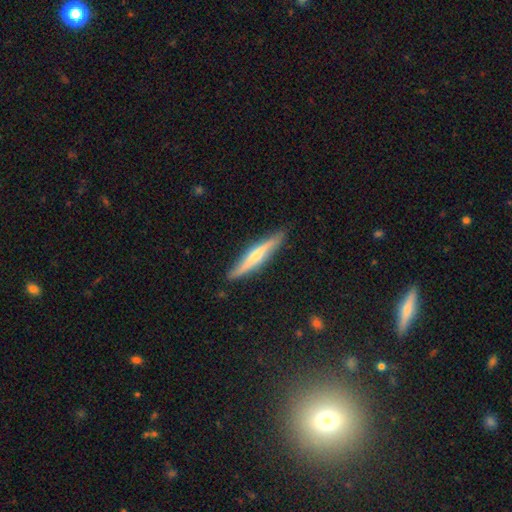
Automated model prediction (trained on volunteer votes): Smooth or featured: featured or disk — 52% (smooth — 42%)
Edge-on disk: yes — 89% (no — 11%)
Merging: none — 85% (minor disturbance — 12%)